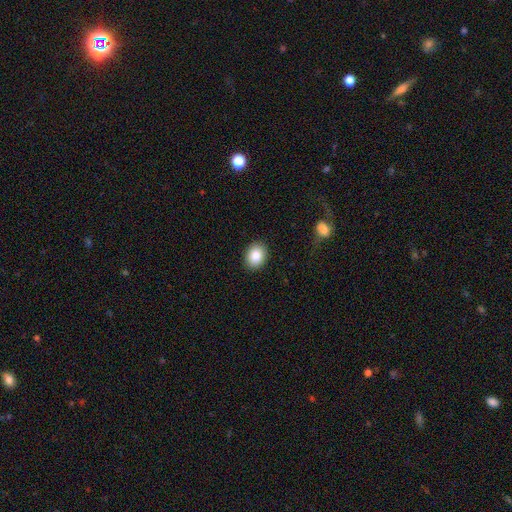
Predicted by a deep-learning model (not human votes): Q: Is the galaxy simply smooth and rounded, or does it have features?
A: smooth — 85%.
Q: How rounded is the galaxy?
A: in between — 55%.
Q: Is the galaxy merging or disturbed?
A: none — 89%.